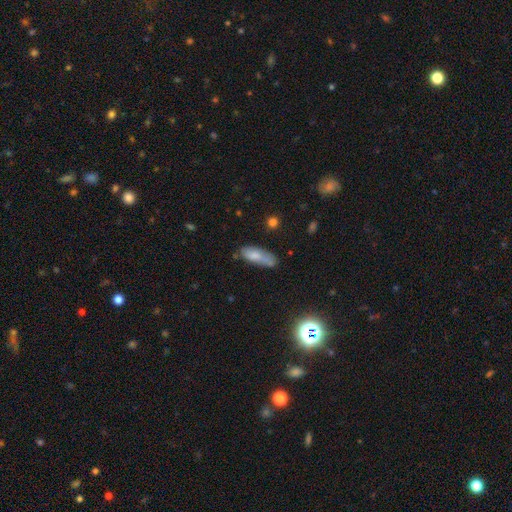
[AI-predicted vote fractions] Overall: smooth (76%). How rounded: in between (60%; cigar-shaped 38%). Merging: none (48%; minor disturbance 30%).